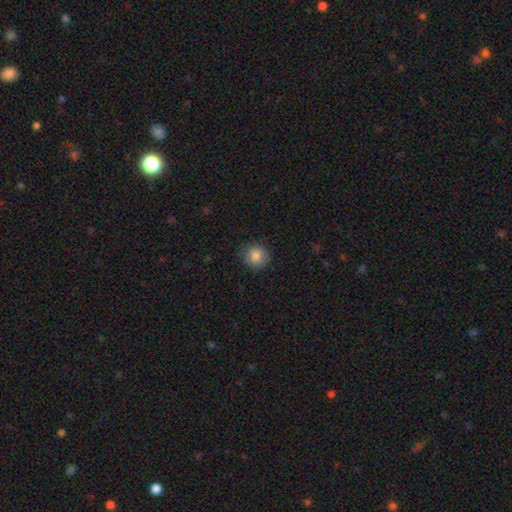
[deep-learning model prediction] smooth 84%, star or artifact 9%, featured or disk 6%. Down the decision tree: how rounded — round (88%); merging — none (85%).